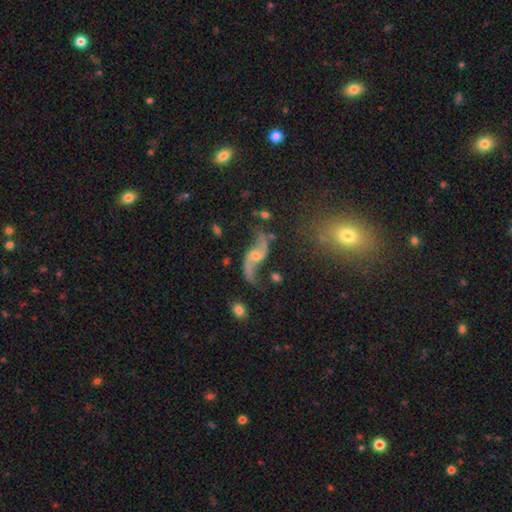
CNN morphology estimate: Smooth or featured? Predicted: featured or disk (p=0.88). Edge-on disk? Predicted: no (p=0.96). Bar? Predicted: no (p=0.56). Spiral arms? Predicted: yes (p=0.96). Spiral winding? Predicted: loose (p=0.91). Spiral arm count? Predicted: 2 (p=0.93). Bulge size? Predicted: small (p=0.56). Merging? Predicted: none (p=0.67).